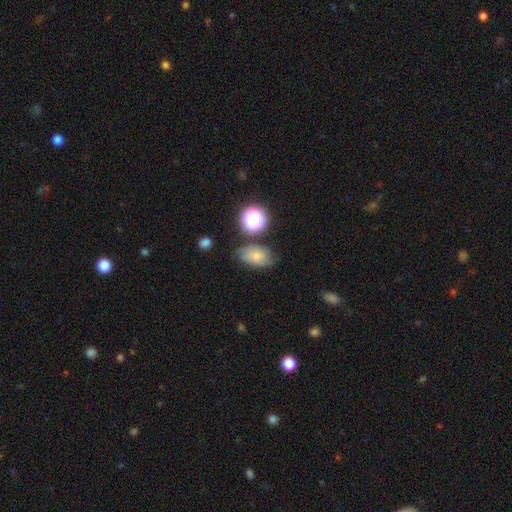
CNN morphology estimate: The model was most divided on "merging": none: 61%, minor disturbance: 25%, major disturbance: 8%, merger: 6%. More confident: how rounded — in between (79%); smooth or featured — smooth (62%).